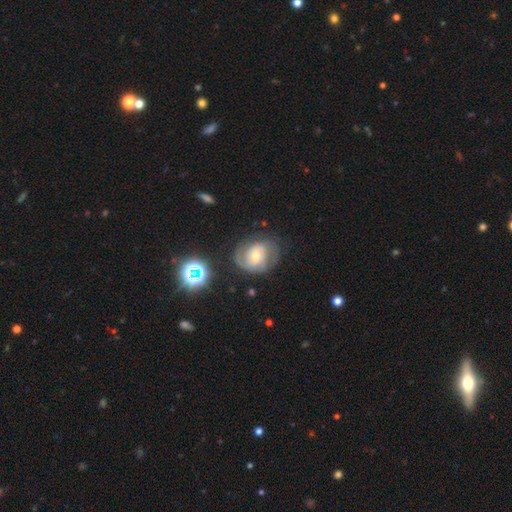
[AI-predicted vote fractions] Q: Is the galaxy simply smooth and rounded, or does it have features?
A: featured or disk — 73%.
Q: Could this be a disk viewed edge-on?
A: no — 97%.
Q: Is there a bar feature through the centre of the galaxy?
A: no — 58%.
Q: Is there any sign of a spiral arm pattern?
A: yes — 89%.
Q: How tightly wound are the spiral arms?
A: tight — 47%.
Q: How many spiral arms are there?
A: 2 — 58%.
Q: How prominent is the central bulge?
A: moderate — 51%.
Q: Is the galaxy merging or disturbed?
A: none — 62%.